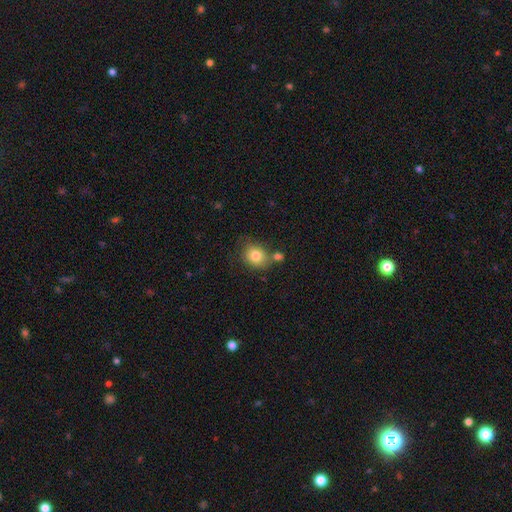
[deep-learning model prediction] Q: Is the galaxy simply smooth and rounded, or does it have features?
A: smooth — 82%.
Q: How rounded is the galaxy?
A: round — 64%.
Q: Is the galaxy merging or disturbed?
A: none — 63%.